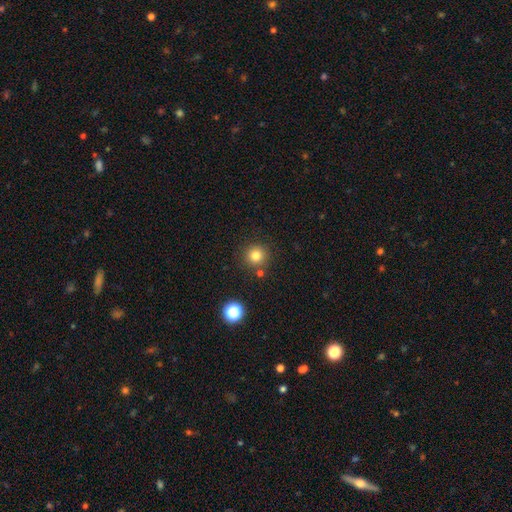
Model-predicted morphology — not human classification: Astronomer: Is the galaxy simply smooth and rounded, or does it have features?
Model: smooth — 80%.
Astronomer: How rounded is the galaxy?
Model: round — 95%.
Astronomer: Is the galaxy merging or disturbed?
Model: none — 84%.